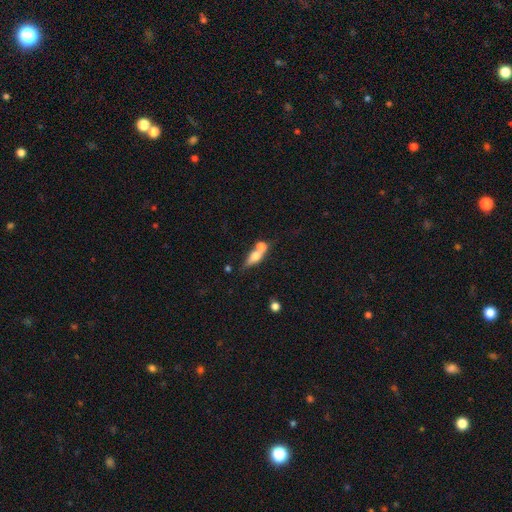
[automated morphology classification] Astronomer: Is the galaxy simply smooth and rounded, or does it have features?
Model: smooth — 59%.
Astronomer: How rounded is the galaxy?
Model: in between — 58%.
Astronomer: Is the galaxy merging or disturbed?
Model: merger — 52% (runner-up: none, 31%).